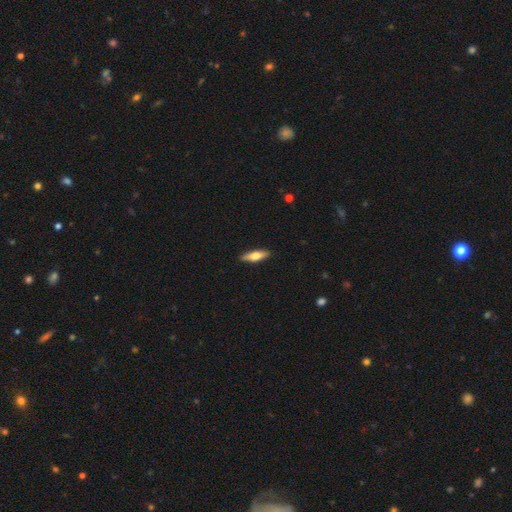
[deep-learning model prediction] Q: Smooth or featured?
A: smooth (57%); runner-up: featured or disk (37%)
Q: How rounded?
A: cigar-shaped (60%); runner-up: in between (38%)
Q: Merging?
A: none (90%); runner-up: minor disturbance (8%)